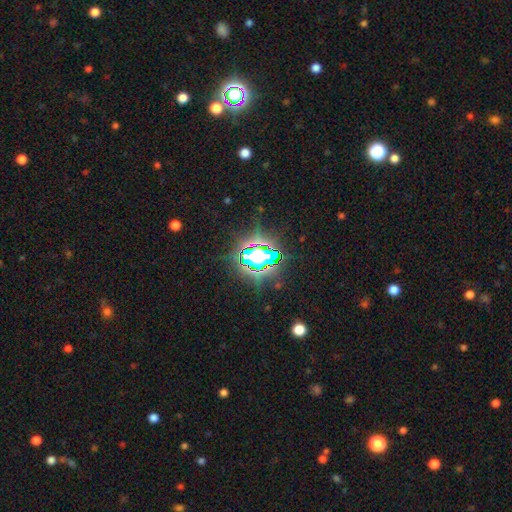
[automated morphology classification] Smooth or featured? Predicted: star or artifact (p=0.80).